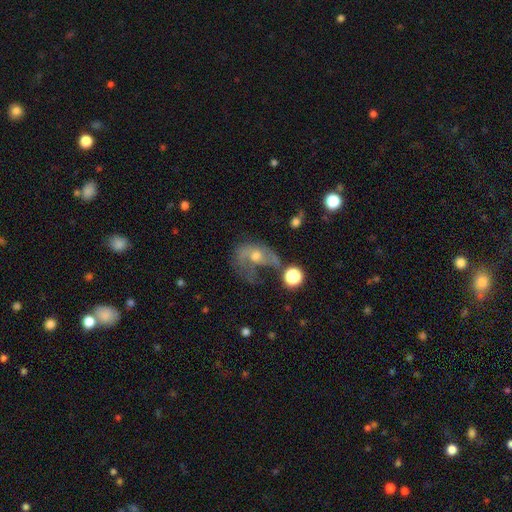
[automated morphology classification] Smooth or featured? Predicted: featured or disk (p=0.53). Edge-on disk? Predicted: no (p=0.95). Bar? Predicted: no (p=0.75). Spiral arms? Predicted: yes (p=0.57). Bulge size? Predicted: moderate (p=0.58). Merging? Predicted: major disturbance (p=0.50).